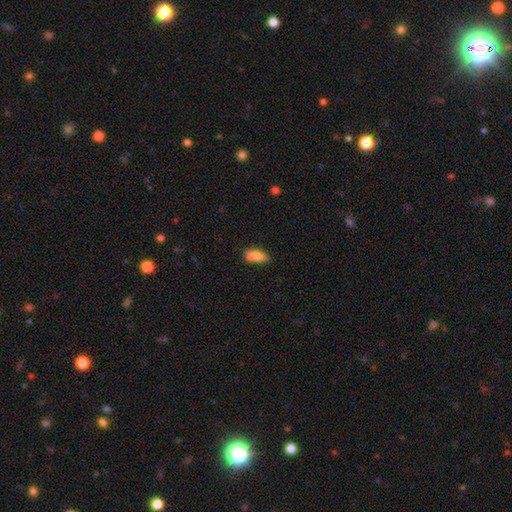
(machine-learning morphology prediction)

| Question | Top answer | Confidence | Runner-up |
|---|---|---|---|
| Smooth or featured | smooth | 78% | featured or disk (14%) |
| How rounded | in between | 80% | cigar-shaped (16%) |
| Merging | none | 55% | merger (23%) |